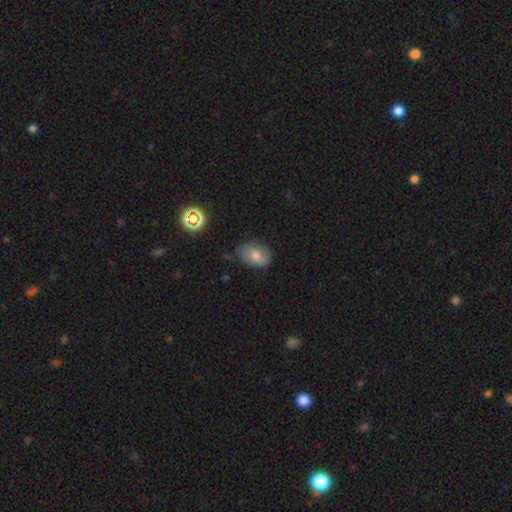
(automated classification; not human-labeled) Smooth or featured? Predicted: smooth (p=0.62). How rounded? Predicted: in between (p=0.79). Merging? Predicted: none (p=0.72).